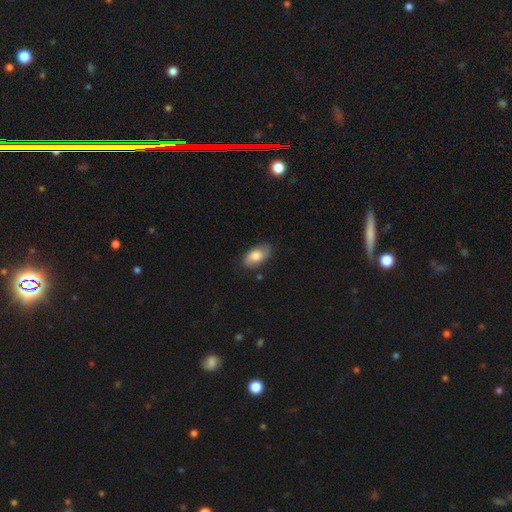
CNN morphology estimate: This is likely a smooth galaxy (74%). How rounded: clearly in between (93%). Merging: likely none (76%).